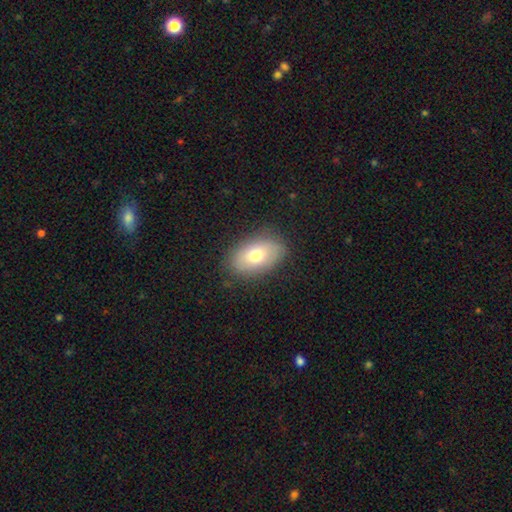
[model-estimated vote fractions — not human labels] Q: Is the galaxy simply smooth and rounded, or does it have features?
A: smooth — 72%.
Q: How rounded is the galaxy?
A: in between — 89%.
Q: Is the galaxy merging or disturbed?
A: none — 84%.